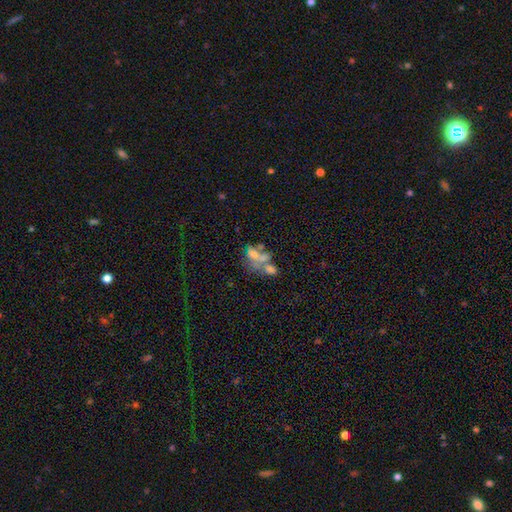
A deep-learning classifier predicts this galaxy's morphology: smooth-or-featured: featured or disk: 42% | smooth: 41% | star or artifact: 17%
  merging: merger: 54% | major disturbance: 20% | none: 17% | minor disturbance: 9%